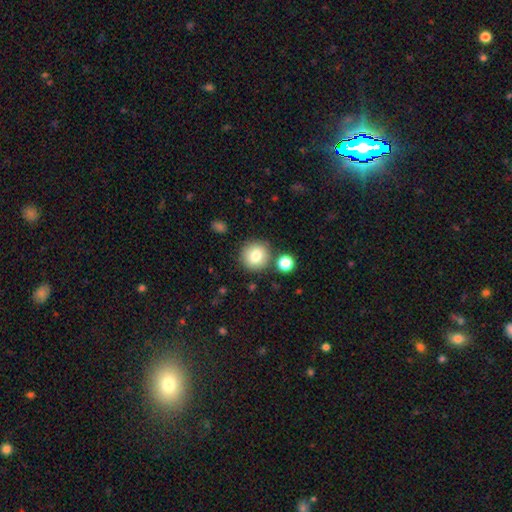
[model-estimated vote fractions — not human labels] The model was most divided on "smooth or featured": smooth: 81%, star or artifact: 10%, featured or disk: 10%. More confident: how rounded — round (89%); merging — none (80%).